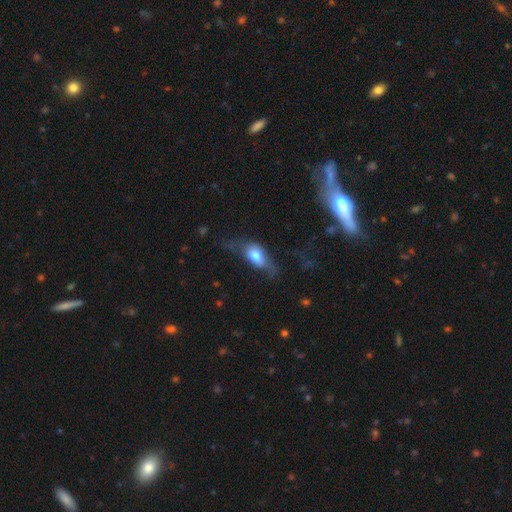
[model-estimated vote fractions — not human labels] Smooth or featured?
  - smooth: 63% *
  - featured or disk: 30%
  - star or artifact: 8%
How rounded?
  - in between: 80% *
  - cigar-shaped: 11%
  - round: 9%
Merging?
  - none: 34% *
  - major disturbance: 32%
  - minor disturbance: 31%
  - merger: 3%